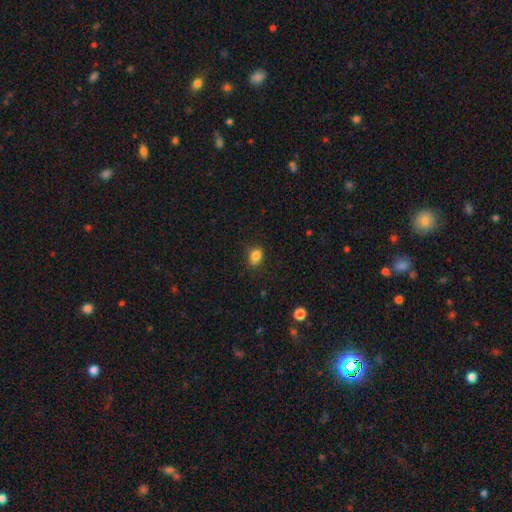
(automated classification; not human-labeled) Overall: smooth (82%). How rounded: in between (56%; round 43%). Merging: none (68%).